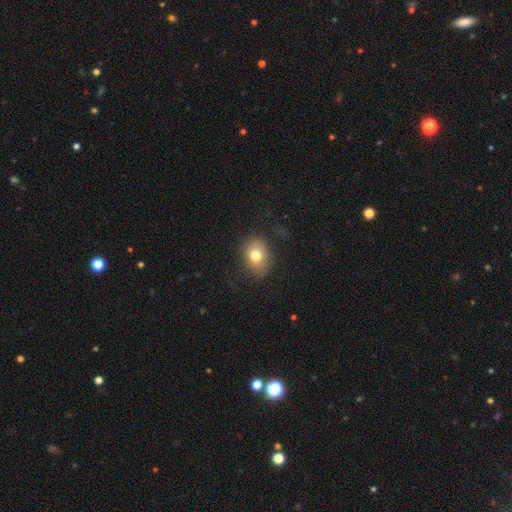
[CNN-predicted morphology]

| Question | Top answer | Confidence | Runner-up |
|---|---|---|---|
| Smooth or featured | smooth | 75% | featured or disk (14%) |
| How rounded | in between | 65% | round (34%) |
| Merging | none | 78% | minor disturbance (15%) |